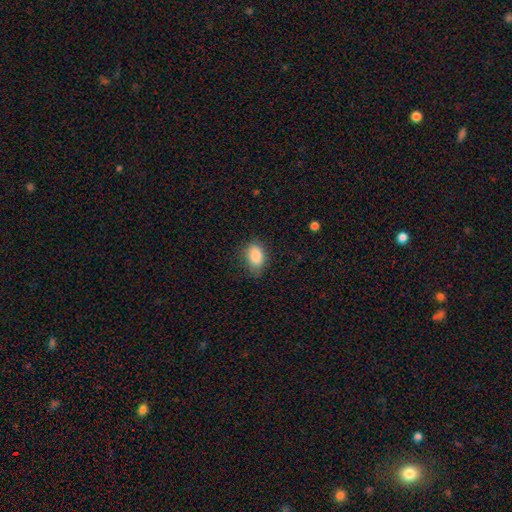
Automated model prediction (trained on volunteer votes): This is clearly a smooth galaxy (86%). How rounded: clearly in between (89%). Merging: likely none (75%).